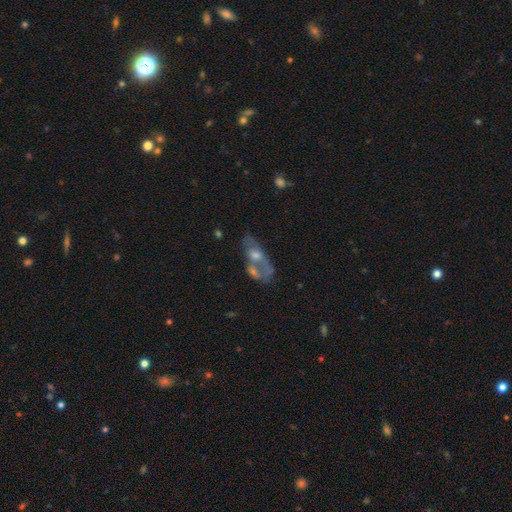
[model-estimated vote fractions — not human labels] Smooth or featured?
  - featured or disk: 57% *
  - smooth: 32%
  - star or artifact: 11%
Edge-on disk?
  - no: 88% *
  - yes: 12%
Merging?
  - merger: 41% *
  - none: 29%
  - major disturbance: 16%
  - minor disturbance: 14%